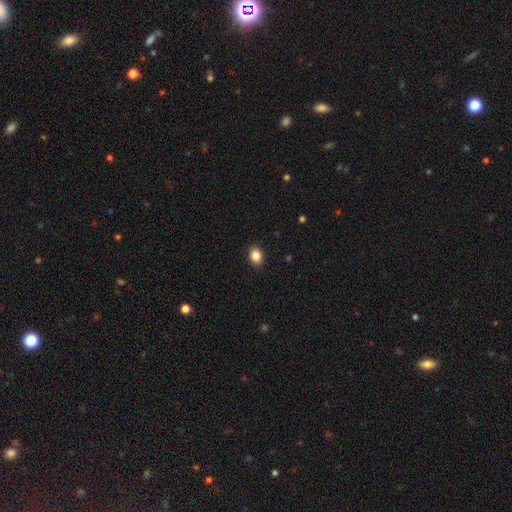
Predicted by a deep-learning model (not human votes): Smooth or featured? Predicted: smooth (p=0.87). How rounded? Predicted: in between (p=0.64). Merging? Predicted: none (p=0.91).